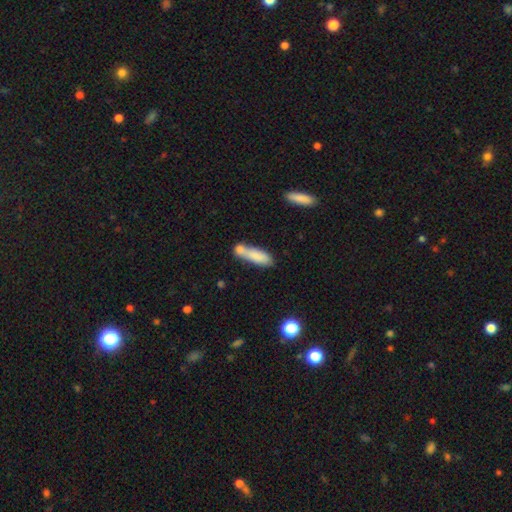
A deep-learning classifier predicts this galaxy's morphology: This is likely a smooth galaxy (79%). How rounded: possibly cigar-shaped (55%). Merging: marginally merger (40%).